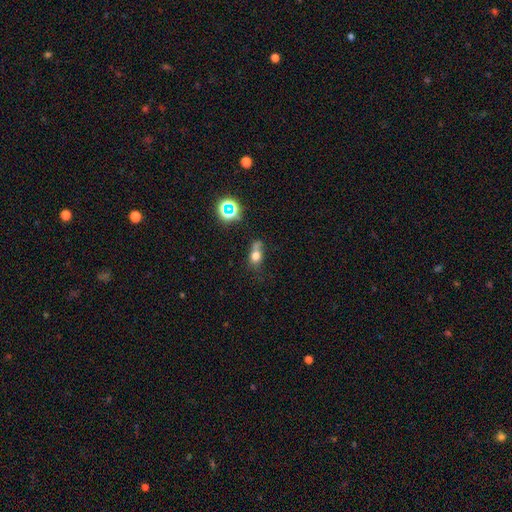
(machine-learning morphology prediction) The model was most divided on "merging": none: 38%, minor disturbance: 27%, major disturbance: 18%, merger: 17%. More confident: smooth or featured — smooth (69%); how rounded — in between (55%).